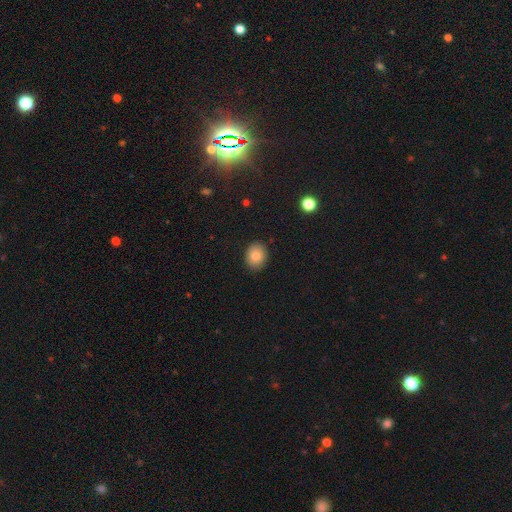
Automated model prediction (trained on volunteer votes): Q: Smooth or featured?
A: smooth (83%); runner-up: star or artifact (9%)
Q: How rounded?
A: round (51%); runner-up: in between (48%)
Q: Merging?
A: none (88%); runner-up: minor disturbance (9%)